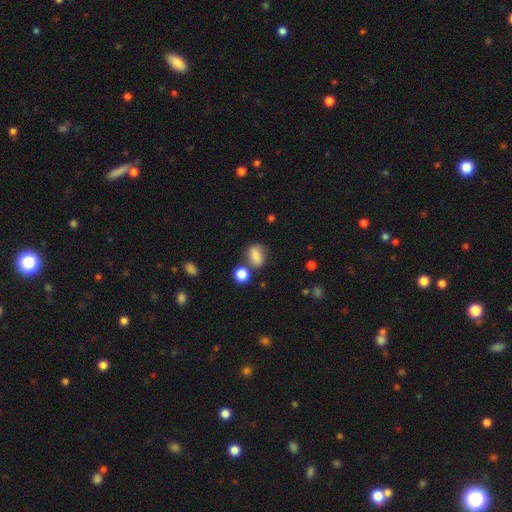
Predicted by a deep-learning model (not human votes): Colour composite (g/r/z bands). It shows a smooth galaxy with no disk features (79%) that is in between round and cigar-shaped (68%). Merging: none (58%).